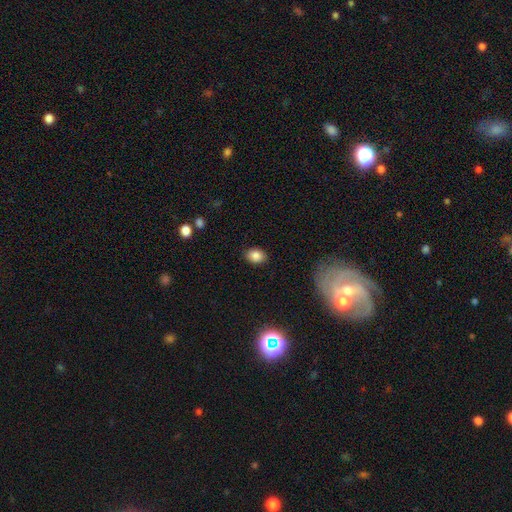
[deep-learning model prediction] Overall: smooth (85%). How rounded: in between (72%). Merging: none (87%).